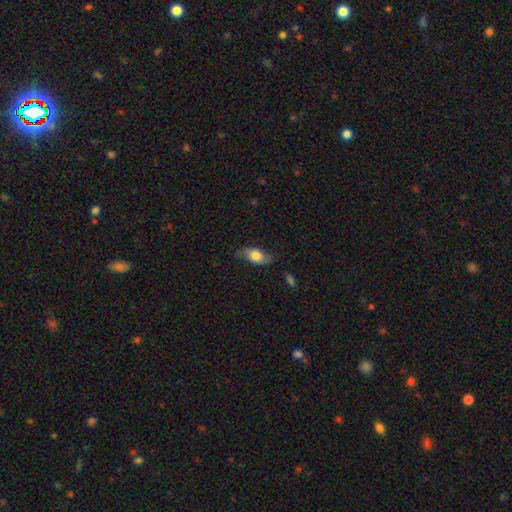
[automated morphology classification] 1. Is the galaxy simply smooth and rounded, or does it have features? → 72% smooth, 21% featured or disk, 7% star or artifact.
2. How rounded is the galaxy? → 86% in between, 7% round, 7% cigar-shaped.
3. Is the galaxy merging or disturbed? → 72% none, 22% minor disturbance, 5% major disturbance, 1% merger.